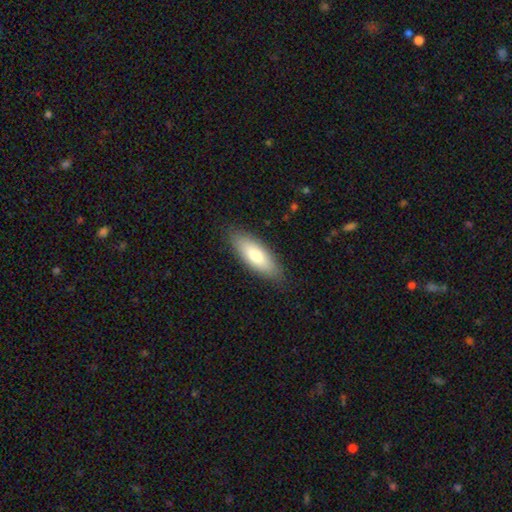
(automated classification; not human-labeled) Smooth or featured? Predicted: smooth (p=0.72). How rounded? Predicted: in between (p=0.66). Merging? Predicted: none (p=0.86).